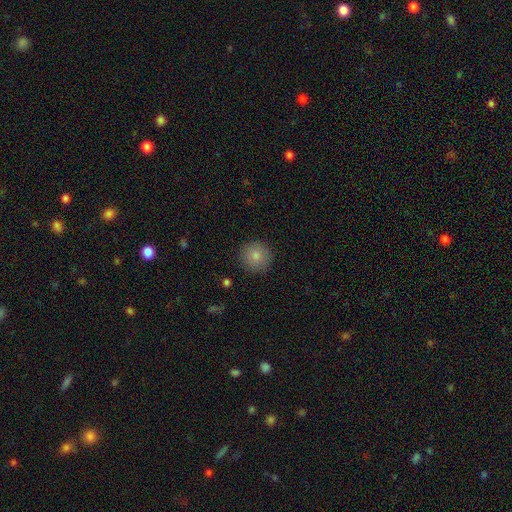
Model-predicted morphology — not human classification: Q: Smooth or featured?
A: smooth (83%); runner-up: star or artifact (9%)
Q: How rounded?
A: round (95%); runner-up: in between (4%)
Q: Merging?
A: none (91%); runner-up: minor disturbance (6%)